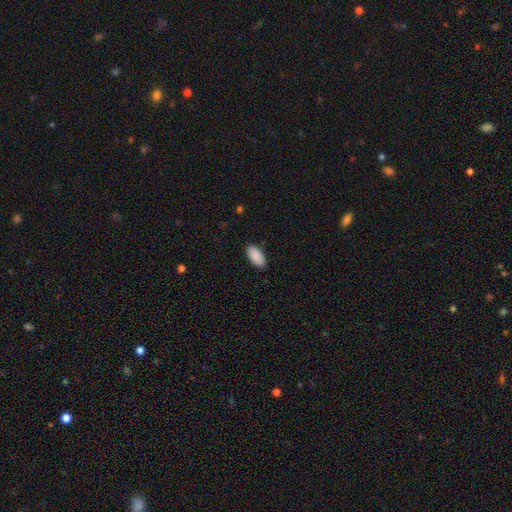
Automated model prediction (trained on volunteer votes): smooth 90%, star or artifact 6%, featured or disk 4%. Down the decision tree: how rounded — in between (94%); merging — none (87%).